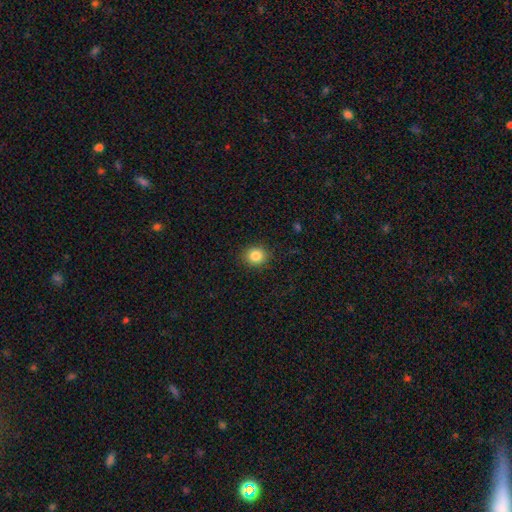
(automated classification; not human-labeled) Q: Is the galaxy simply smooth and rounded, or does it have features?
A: smooth — 84%.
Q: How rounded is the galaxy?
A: round — 85%.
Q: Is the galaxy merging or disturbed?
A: none — 90%.